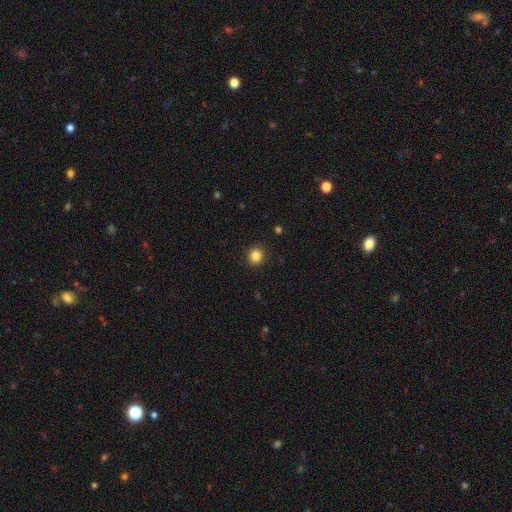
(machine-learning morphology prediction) Q: Smooth or featured?
A: smooth (84%); runner-up: star or artifact (11%)
Q: How rounded?
A: round (85%); runner-up: in between (14%)
Q: Merging?
A: none (90%); runner-up: minor disturbance (7%)